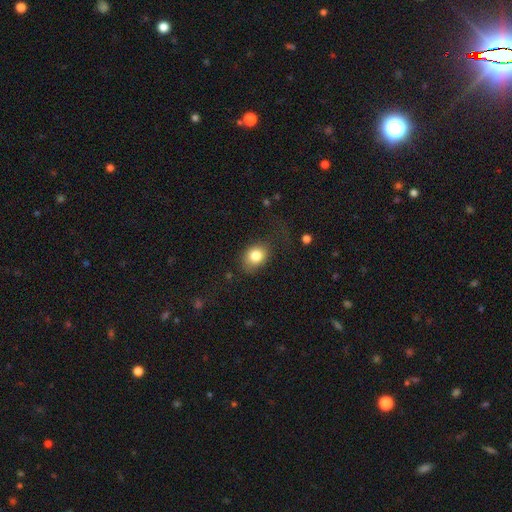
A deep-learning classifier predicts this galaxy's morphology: This is clearly a smooth galaxy (82%). How rounded: possibly in between (52%). Merging: likely none (64%).